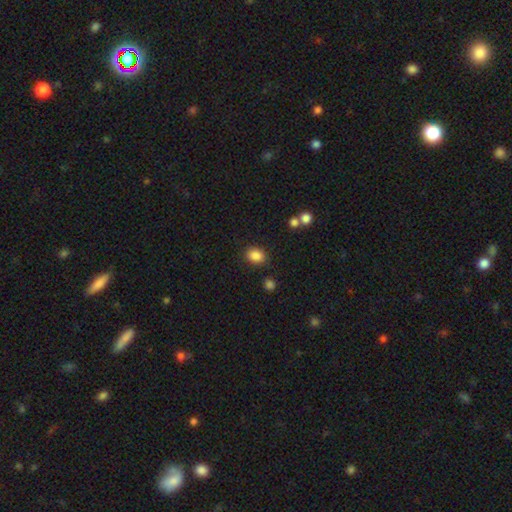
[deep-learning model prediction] The model was most divided on "how rounded": in between: 63%, round: 35%, cigar-shaped: 1%. More confident: smooth or featured — smooth (86%); merging — none (83%).